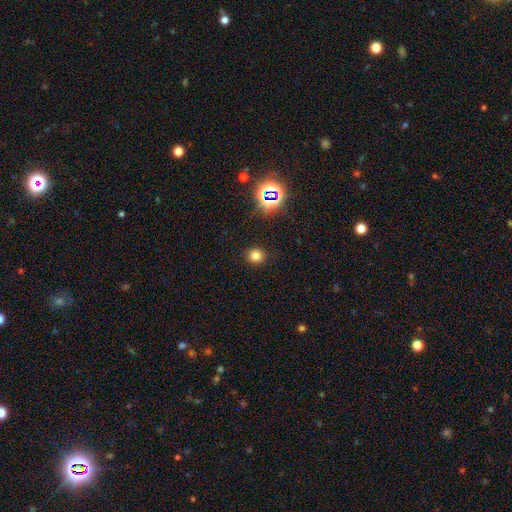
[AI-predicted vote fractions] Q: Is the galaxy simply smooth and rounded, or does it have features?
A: smooth — 75%.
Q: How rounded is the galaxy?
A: round — 88%.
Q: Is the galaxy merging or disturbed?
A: none — 90%.